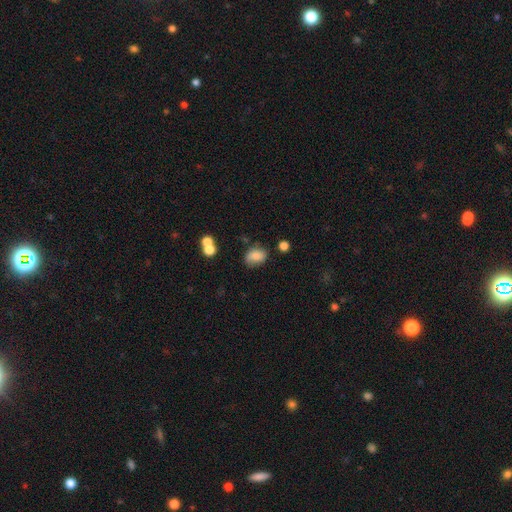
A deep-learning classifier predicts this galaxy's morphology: Smooth or featured: smooth — 77% (featured or disk — 12%)
How rounded: in between — 73% (round — 25%)
Merging: none — 62% (minor disturbance — 25%)